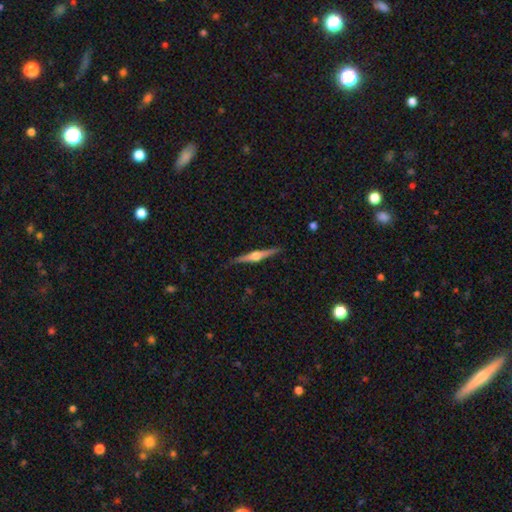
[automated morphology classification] The model was most divided on "smooth or featured": featured or disk: 77%, smooth: 17%, star or artifact: 6%. More confident: edge-on disk — yes (98%); edge-on bulge — rounded (95%); merging — none (89%).